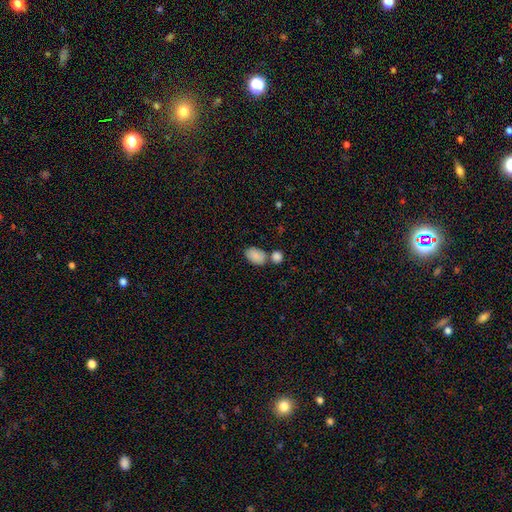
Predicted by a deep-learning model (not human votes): Smooth or featured? Predicted: smooth (p=0.87). How rounded? Predicted: in between (p=0.88). Merging? Predicted: none (p=0.52).